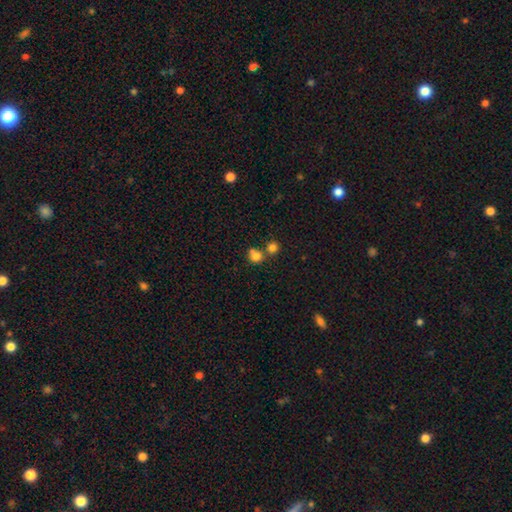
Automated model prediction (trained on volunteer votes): smooth 79%, star or artifact 13%, featured or disk 8%. Down the decision tree: how rounded — round (76%); merging — none (46%).